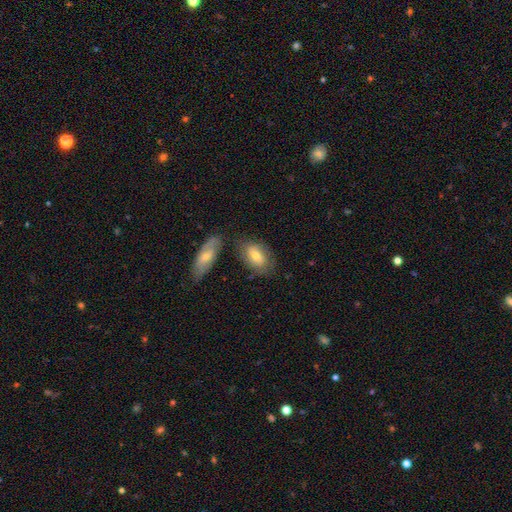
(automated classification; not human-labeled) Q: Smooth or featured?
A: smooth (63%); runner-up: featured or disk (30%)
Q: How rounded?
A: in between (88%); runner-up: round (8%)
Q: Merging?
A: none (61%); runner-up: minor disturbance (18%)